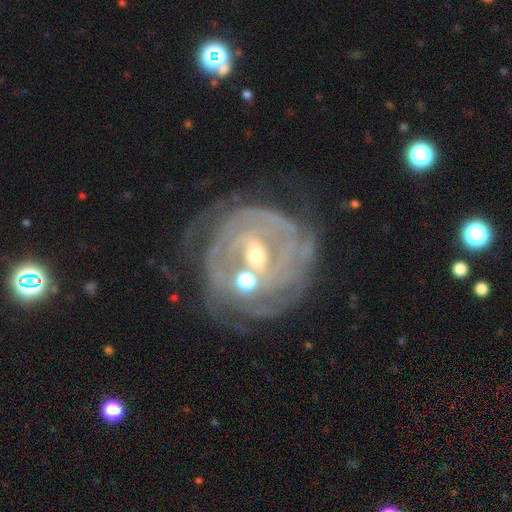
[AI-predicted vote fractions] Smooth or featured? Predicted: featured or disk (p=0.84). Edge-on disk? Predicted: no (p=0.97). Bar? Predicted: weak (p=0.44). Spiral arms? Predicted: yes (p=0.90). Spiral winding? Predicted: tight (p=0.79). Spiral arm count? Predicted: can't tell (p=0.38). Bulge size? Predicted: moderate (p=0.57). Merging? Predicted: none (p=0.57).